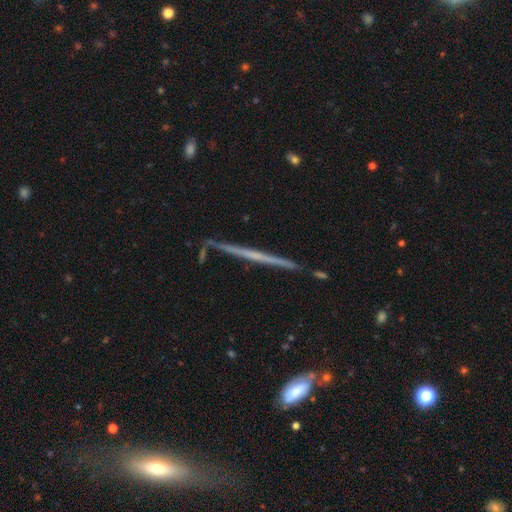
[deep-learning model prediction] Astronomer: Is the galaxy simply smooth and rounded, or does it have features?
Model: featured or disk — 69%.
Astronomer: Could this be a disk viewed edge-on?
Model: yes — 98%.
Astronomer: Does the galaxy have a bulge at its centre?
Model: none — 77%.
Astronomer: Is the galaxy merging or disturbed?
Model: none — 88%.